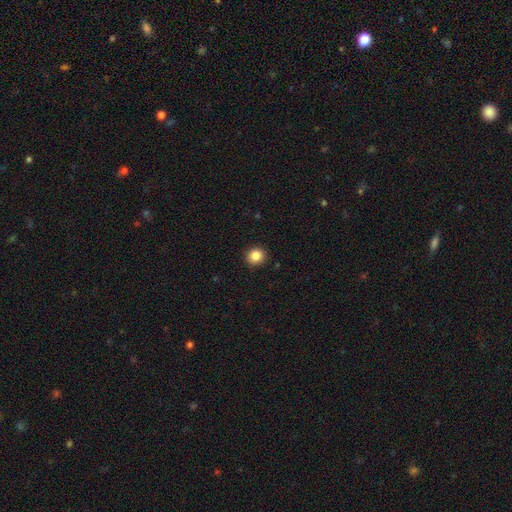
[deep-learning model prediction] smooth 86%, star or artifact 10%, featured or disk 4%. Down the decision tree: how rounded — round (89%); merging — none (92%).